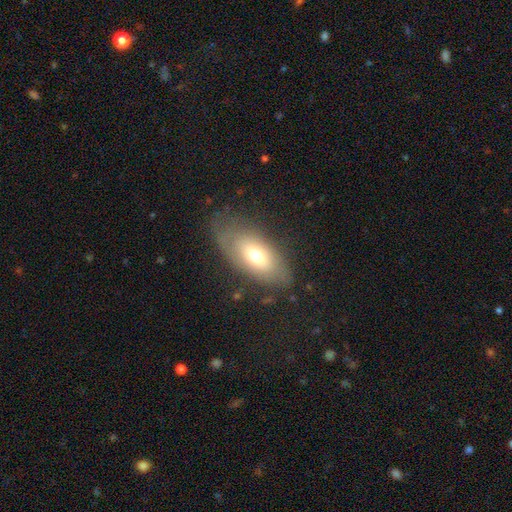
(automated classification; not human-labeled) The model was most divided on "smooth or featured": smooth: 61%, featured or disk: 30%, star or artifact: 8%. More confident: how rounded — in between (88%); merging — none (67%).